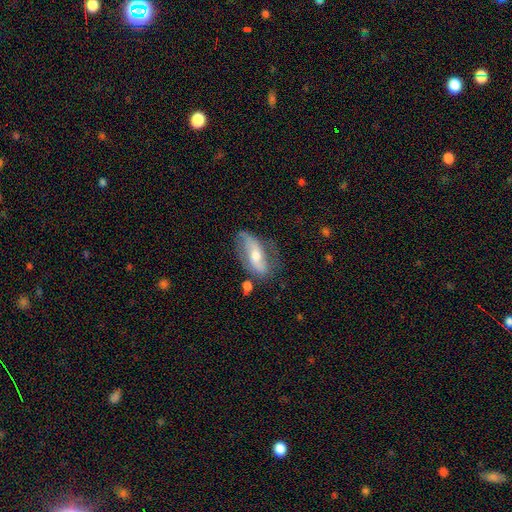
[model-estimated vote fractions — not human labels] Overall: featured or disk (65%; smooth 28%). Edge-on disk: no (86%). Bar: no (40%; weak 30%). Spiral arms: yes (79%). Bulge size: moderate (66%; small 27%). Merging: none (63%).